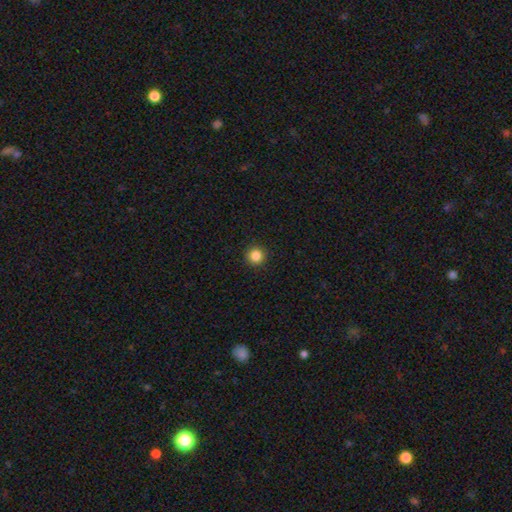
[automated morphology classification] smooth 85%, star or artifact 11%, featured or disk 4%. Down the decision tree: how rounded — round (96%); merging — none (93%).